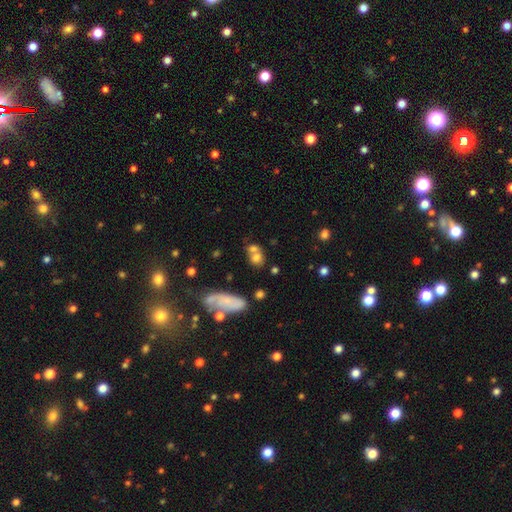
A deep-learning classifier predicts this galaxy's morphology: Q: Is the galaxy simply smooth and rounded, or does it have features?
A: smooth — 70%.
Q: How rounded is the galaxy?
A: round — 61%.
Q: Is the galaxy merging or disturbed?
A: merger — 44%.